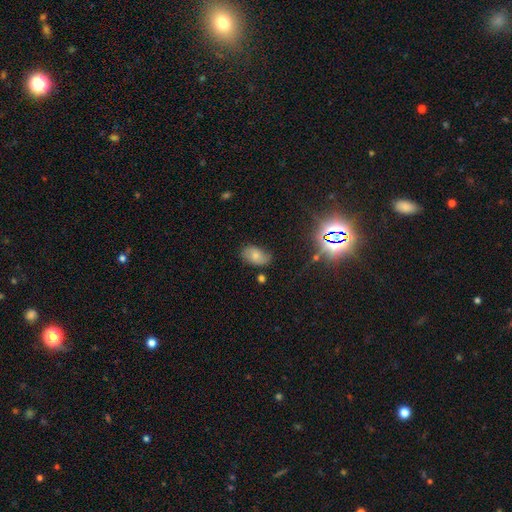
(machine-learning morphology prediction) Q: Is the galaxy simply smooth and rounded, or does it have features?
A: smooth — 63%.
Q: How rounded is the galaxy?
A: in between — 90%.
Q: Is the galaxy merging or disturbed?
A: none — 71%.